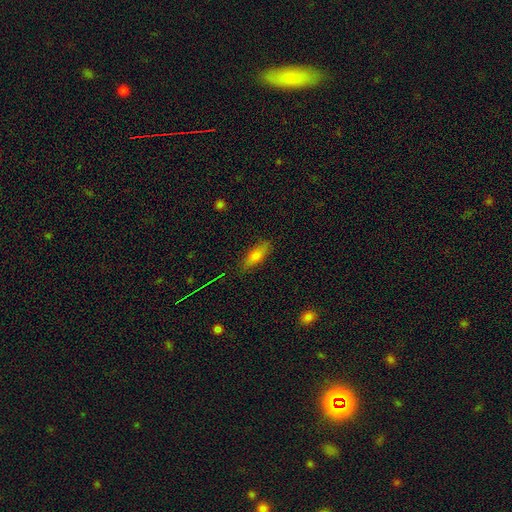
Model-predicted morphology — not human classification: Q: Smooth or featured?
A: smooth (72%); runner-up: featured or disk (18%)
Q: How rounded?
A: in between (64%); runner-up: cigar-shaped (33%)
Q: Merging?
A: none (82%); runner-up: minor disturbance (13%)